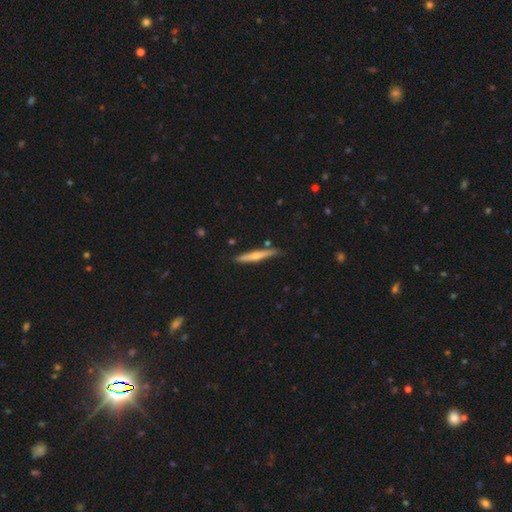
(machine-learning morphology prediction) This appears to be a featured or disk galaxy (52%) viewed edge-on (95%). Merging: none (85%).